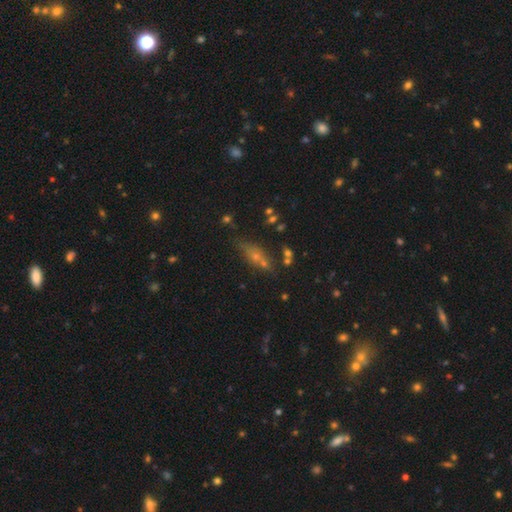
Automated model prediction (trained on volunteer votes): The model was most divided on "smooth or featured": smooth: 44%, featured or disk: 29%, star or artifact: 27%. More confident: merging — none (66%).